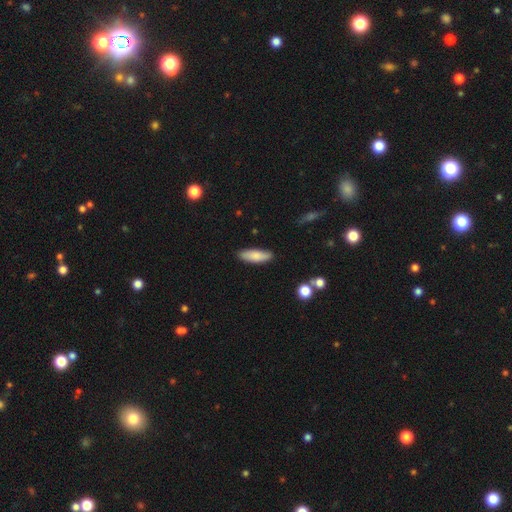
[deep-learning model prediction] The model was most divided on "how rounded": in between: 55%, cigar-shaped: 44%, round: 2%. More confident: merging — none (85%); smooth or featured — smooth (82%).